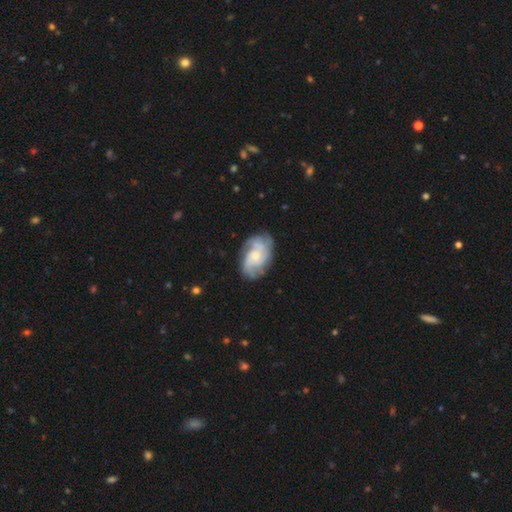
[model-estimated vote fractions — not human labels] This appears to be a featured or disk galaxy (76%) with no bar (71%), 3 (29%) medium (43%) spiral arms (93%) and a small central bulge (50%). Merging: none (73%).